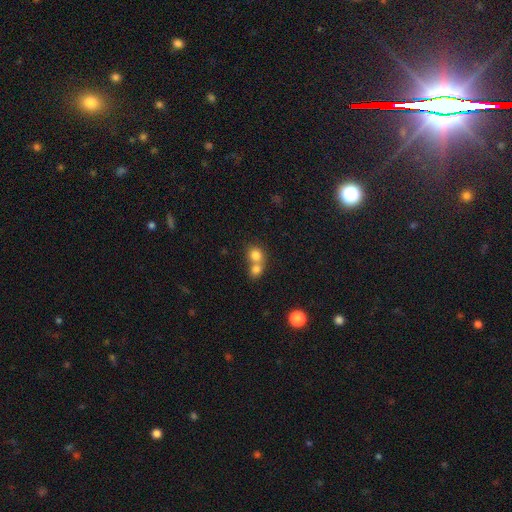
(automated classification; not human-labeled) Smooth or featured? smooth (79%)
How rounded? round (75%)
Merging? merger (63%)